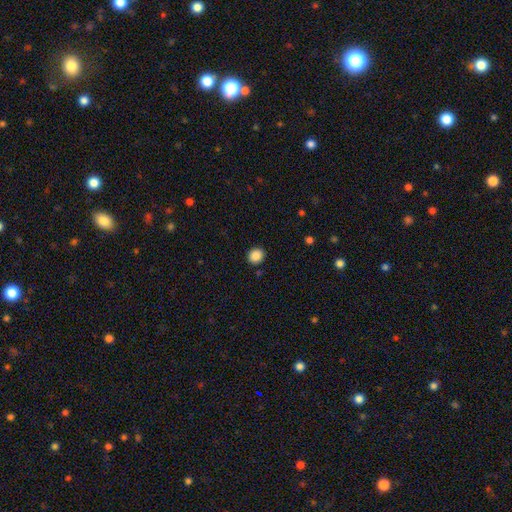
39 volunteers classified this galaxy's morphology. Smooth or featured? 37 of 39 (95%) said smooth. How rounded? 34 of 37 (92%) said round. Merging? 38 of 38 (100%) said none.